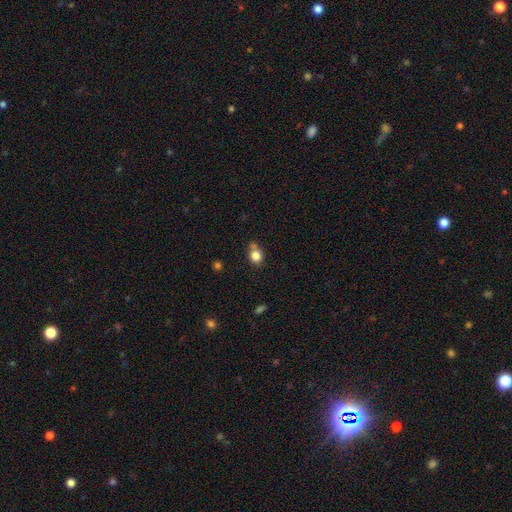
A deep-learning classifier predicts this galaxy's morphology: A smooth galaxy with no disk features (81%) that is round (66%). Merging: none (58%).